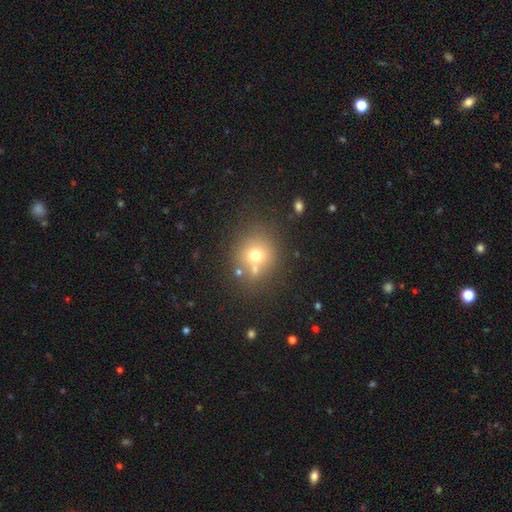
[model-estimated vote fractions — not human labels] Smooth or featured? smooth (66%)
How rounded? round (84%)
Merging? none (63%)